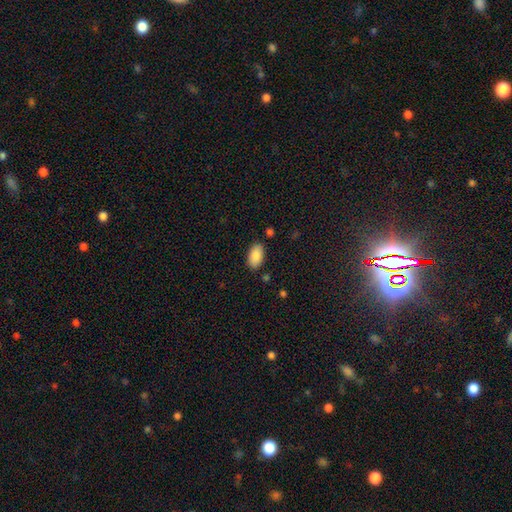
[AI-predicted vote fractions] This appears to be a smooth galaxy with no disk features (87%) that is in between round and cigar-shaped (95%). Merging: none (85%).